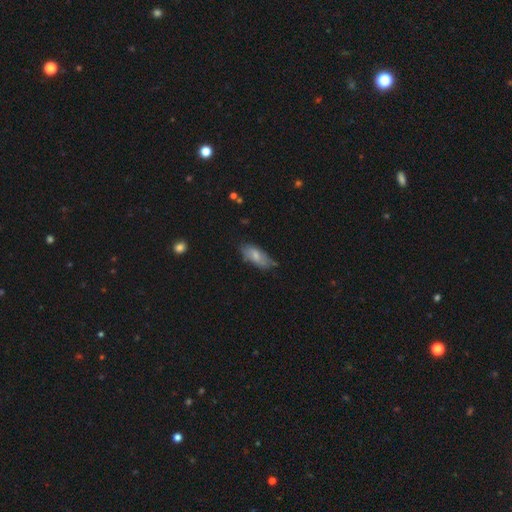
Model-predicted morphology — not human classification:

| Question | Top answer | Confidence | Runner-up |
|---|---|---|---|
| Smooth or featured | smooth | 70% | featured or disk (24%) |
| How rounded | in between | 84% | cigar-shaped (13%) |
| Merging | none | 62% | minor disturbance (29%) |